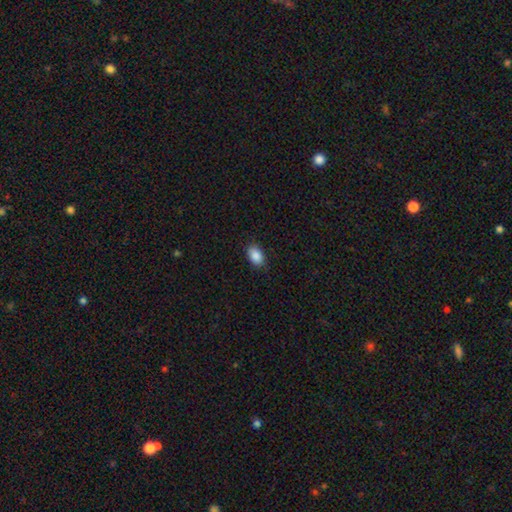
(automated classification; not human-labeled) smooth_or_featured: smooth (p=0.89) [alt: star or artifact p=0.08]
how_rounded: in between (p=0.88) [alt: round p=0.11]
merging: none (p=0.88) [alt: minor disturbance p=0.09]